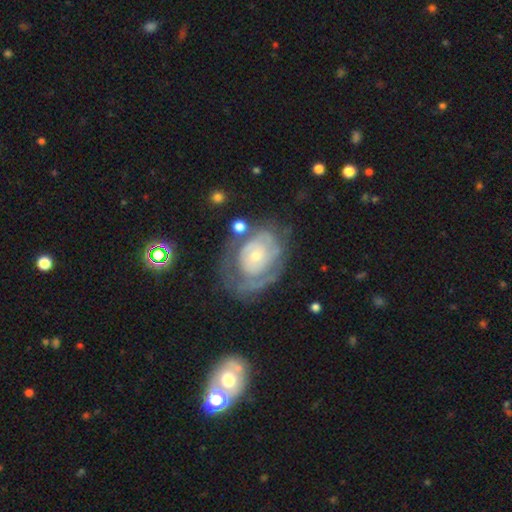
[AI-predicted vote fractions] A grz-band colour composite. It shows a featured or disk galaxy (73%) with no bar (81%), spiral arms (68%) and a small central bulge (60%). Merging: none (50%).